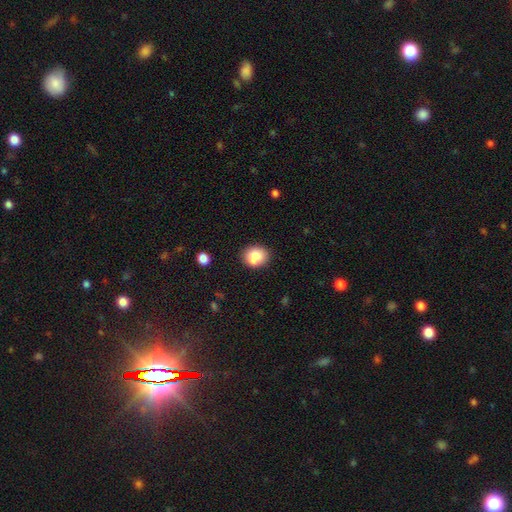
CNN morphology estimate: This appears to be a smooth galaxy with no disk features (76%) that is round (64%). Merging: none (60%).